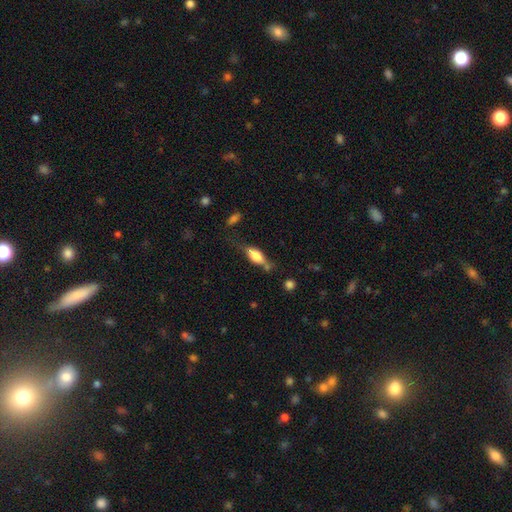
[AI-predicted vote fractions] smooth 58%, featured or disk 34%, star or artifact 8%. Down the decision tree: how rounded — in between (70%); merging — none (47%).